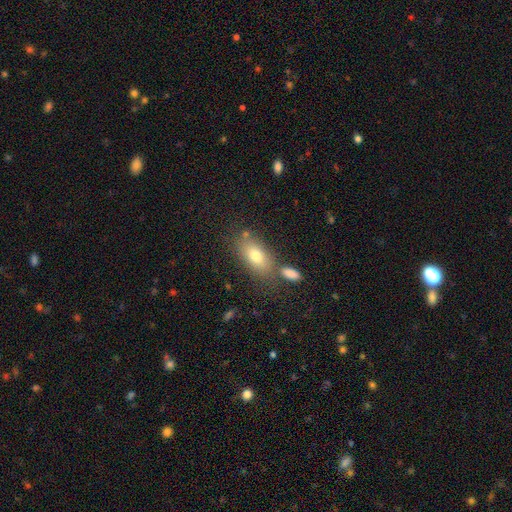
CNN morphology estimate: Smooth or featured? Predicted: smooth (p=0.76). How rounded? Predicted: in between (p=0.87). Merging? Predicted: none (p=0.66).